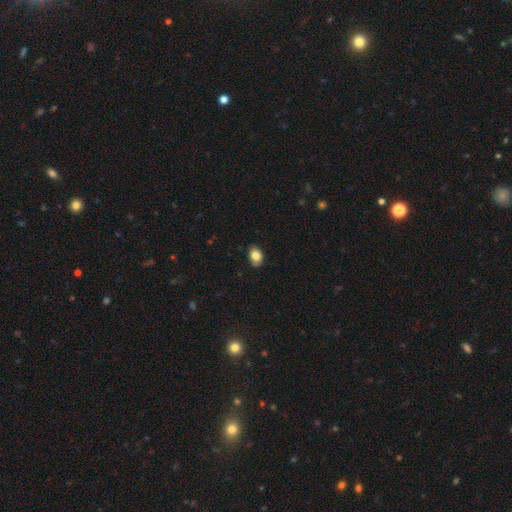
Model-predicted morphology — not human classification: A smooth galaxy with no disk features (82%) that is in between round and cigar-shaped (72%).

Vote fractions:
- Smooth or featured? smooth: 82% / featured or disk: 9% / star or artifact: 9%
- How rounded? in between: 72% / round: 27% / cigar-shaped: 1%
- Merging? none: 77% / minor disturbance: 18% / major disturbance: 3% / merger: 2%